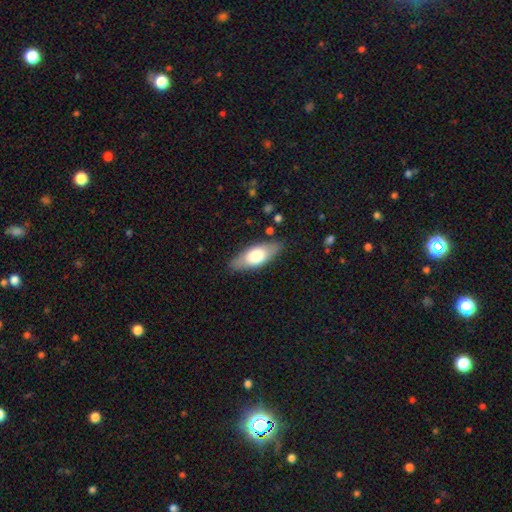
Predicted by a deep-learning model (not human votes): A smooth galaxy with no disk features (64%) that is in between round and cigar-shaped (77%). Merging: none (83%).